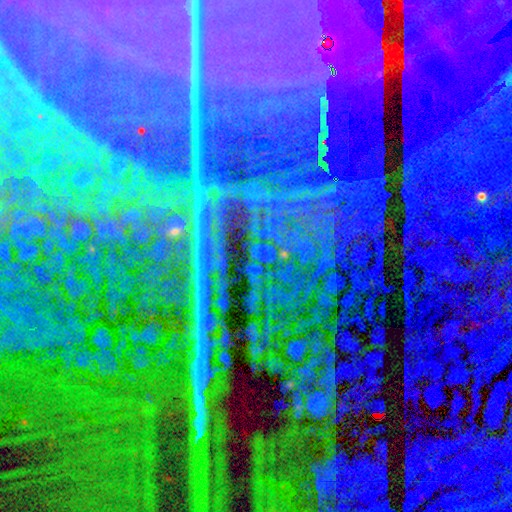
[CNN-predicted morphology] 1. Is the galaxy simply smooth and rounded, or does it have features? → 89% star or artifact, 7% featured or disk, 5% smooth.